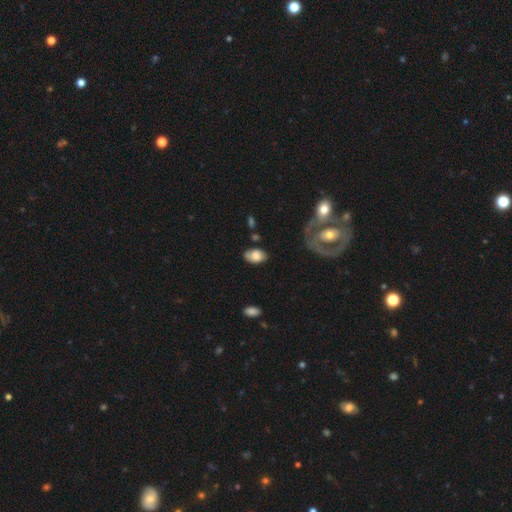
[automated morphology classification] A smooth galaxy with no disk features (74%) that is in between round and cigar-shaped (90%). Merging: none (72%).